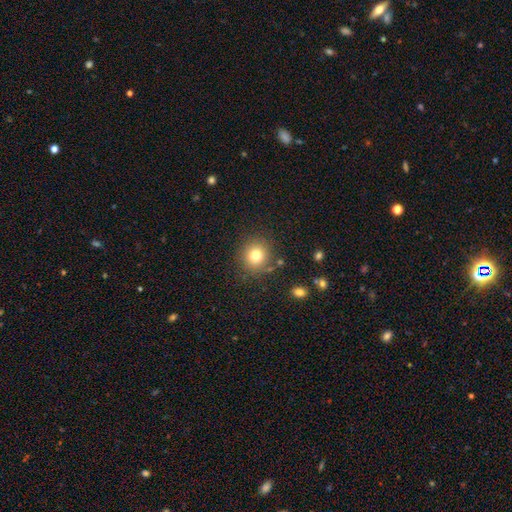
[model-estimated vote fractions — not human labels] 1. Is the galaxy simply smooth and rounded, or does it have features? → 78% smooth, 13% star or artifact, 9% featured or disk.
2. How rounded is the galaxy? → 88% round, 11% in between, 1% cigar-shaped.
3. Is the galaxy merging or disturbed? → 84% none, 9% minor disturbance, 4% merger, 4% major disturbance.